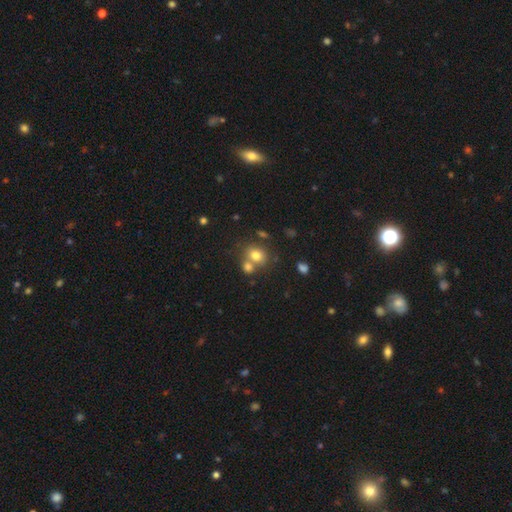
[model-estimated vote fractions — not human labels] Smooth or featured: smooth — 76% (star or artifact — 12%)
How rounded: round — 60% (in between — 39%)
Merging: none — 49% (merger — 38%)